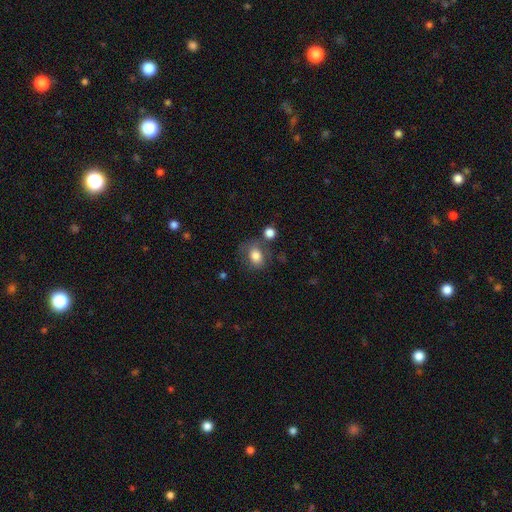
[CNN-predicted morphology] Smooth or featured?
  - smooth: 80% *
  - featured or disk: 11%
  - star or artifact: 9%
How rounded?
  - in between: 64% *
  - round: 35%
  - cigar-shaped: 1%
Merging?
  - none: 59% *
  - minor disturbance: 21%
  - merger: 10%
  - major disturbance: 10%